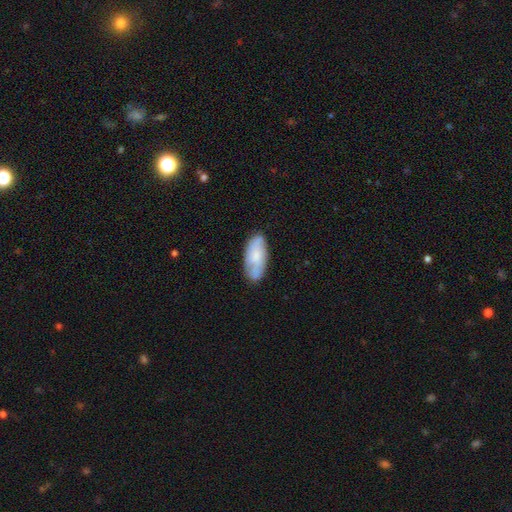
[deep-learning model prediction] A smooth galaxy with no disk features (60%) that is in between round and cigar-shaped (89%).

Vote fractions:
- Smooth or featured? smooth: 60% / featured or disk: 33% / star or artifact: 7%
- How rounded? in between: 89% / cigar-shaped: 9% / round: 2%
- Merging? none: 76% / minor disturbance: 18% / major disturbance: 4% / merger: 2%